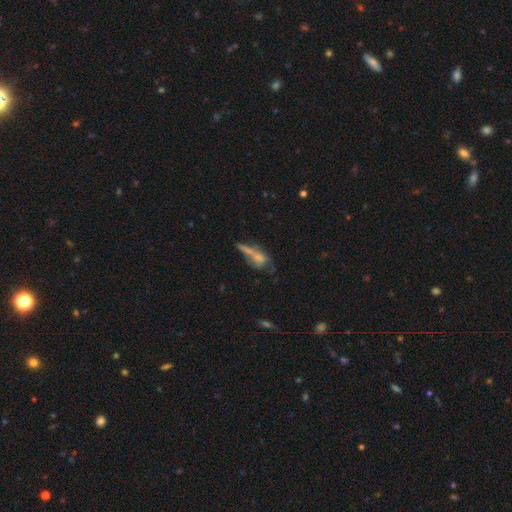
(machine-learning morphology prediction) type=smooth (46%); merging=none (34%).